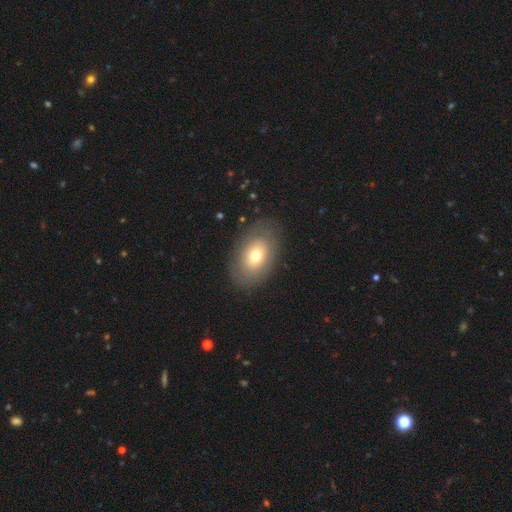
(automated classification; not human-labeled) A smooth galaxy with no disk features (66%) that is in between round and cigar-shaped (85%). Merging: none (83%).